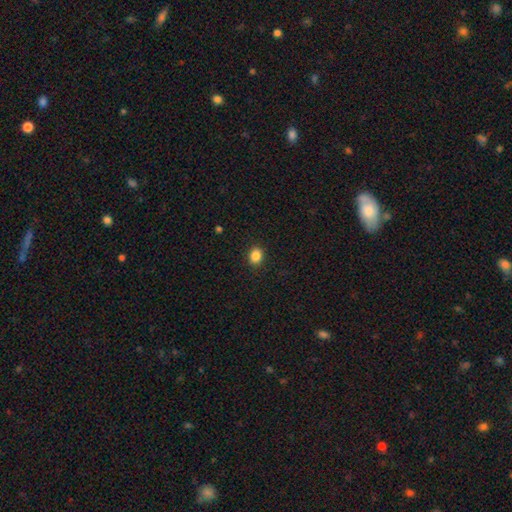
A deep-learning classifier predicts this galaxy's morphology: A smooth galaxy with no disk features (86%) that is in between round and cigar-shaped (51%). Merging: none (91%).